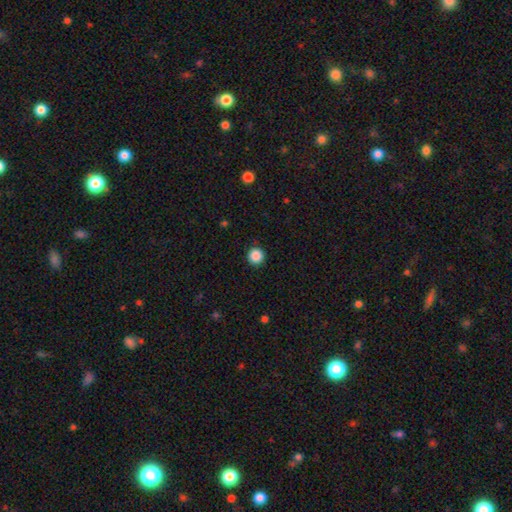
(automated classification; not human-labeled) This is clearly a smooth galaxy (87%). How rounded: clearly round (95%). Merging: clearly none (92%).